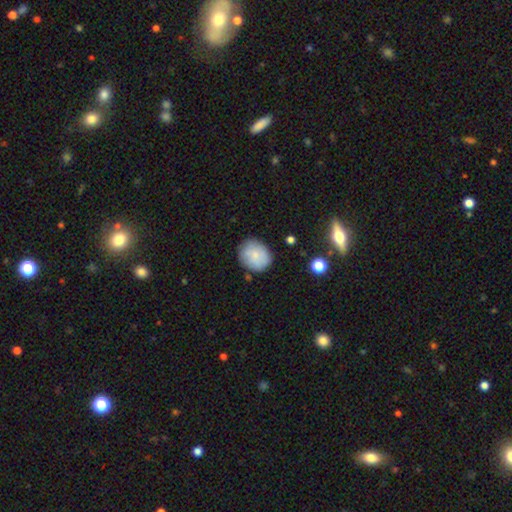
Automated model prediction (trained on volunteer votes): Overall: smooth (77%). How rounded: round (72%). Merging: none (77%).